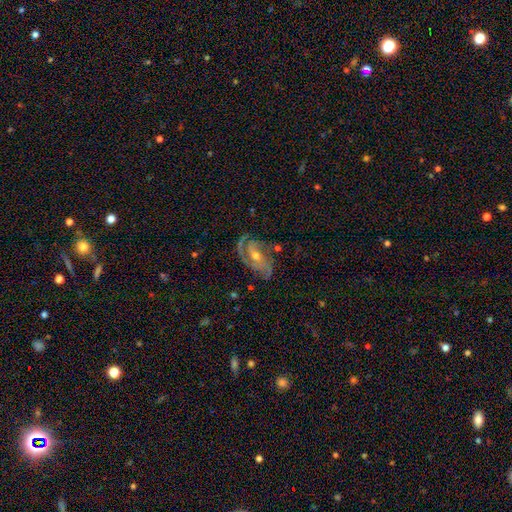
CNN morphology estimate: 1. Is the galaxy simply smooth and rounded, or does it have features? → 86% featured or disk, 7% smooth, 7% star or artifact.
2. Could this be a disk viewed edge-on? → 96% no, 4% yes.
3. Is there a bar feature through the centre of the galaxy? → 57% no, 31% weak, 11% strong.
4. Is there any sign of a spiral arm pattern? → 96% yes, 4% no.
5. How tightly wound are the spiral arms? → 46% medium, 40% tight, 14% loose.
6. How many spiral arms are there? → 44% 2, 28% 3, 13% can't tell, 6% 1, 5% 4, 4% more than 4.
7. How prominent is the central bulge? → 61% moderate, 35% small, 2% large, 1% none, 1% dominant.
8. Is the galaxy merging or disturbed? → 66% none, 20% minor disturbance, 11% major disturbance, 3% merger.